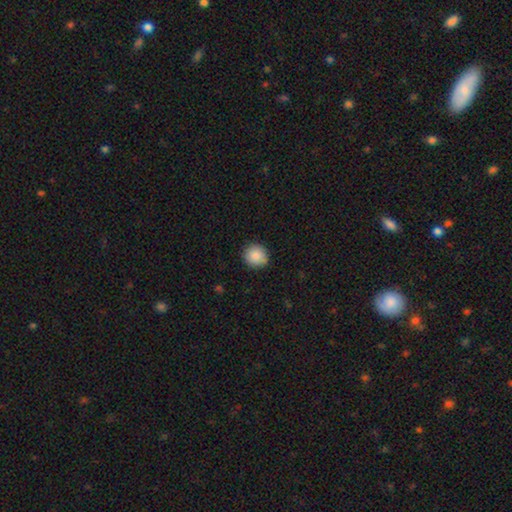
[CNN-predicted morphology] Smooth or featured? smooth (88%)
How rounded? round (91%)
Merging? none (88%)